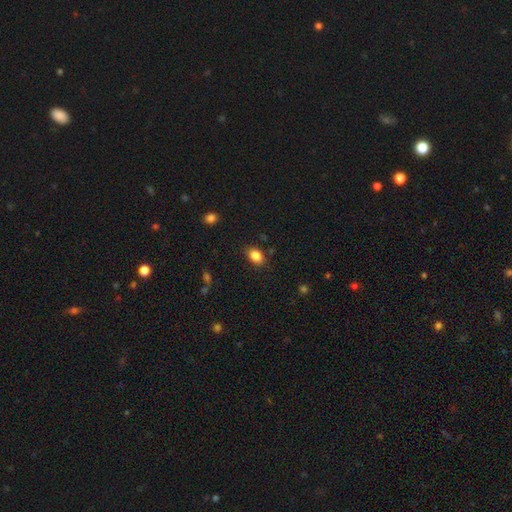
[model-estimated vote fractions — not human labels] Smooth or featured: smooth — 86% (star or artifact — 9%)
How rounded: in between — 83% (round — 16%)
Merging: none — 83% (minor disturbance — 13%)